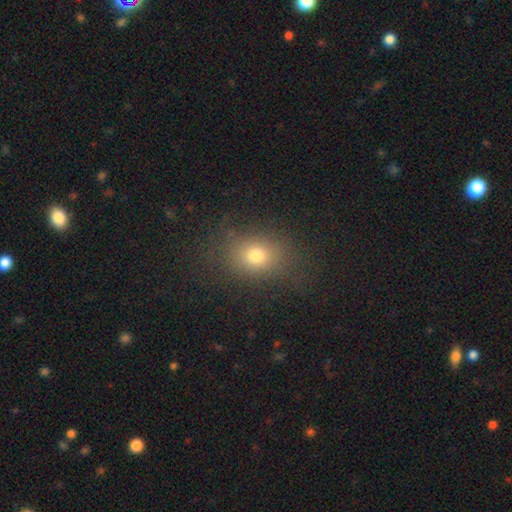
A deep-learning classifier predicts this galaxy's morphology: Smooth or featured?
  - smooth: 73% *
  - star or artifact: 16%
  - featured or disk: 10%
How rounded?
  - in between: 51% *
  - round: 47%
  - cigar-shaped: 1%
Merging?
  - none: 81% *
  - minor disturbance: 12%
  - major disturbance: 5%
  - merger: 1%